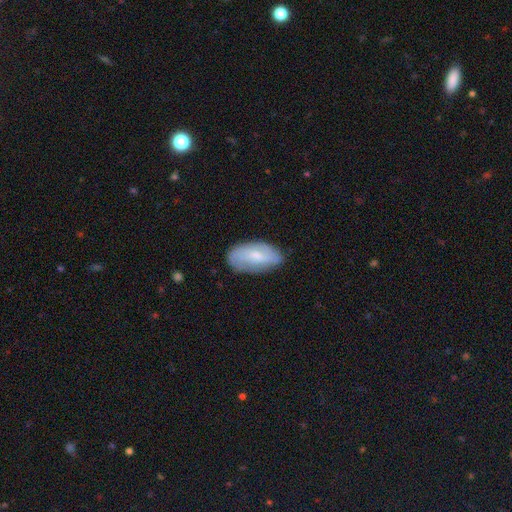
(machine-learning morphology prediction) Overall: smooth (50%; featured or disk 44%). Merging: none (74%).